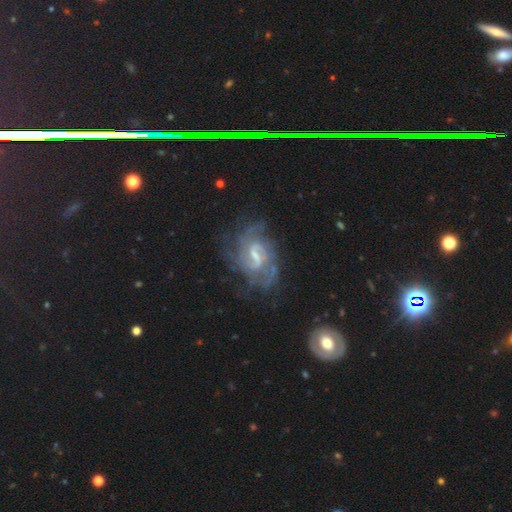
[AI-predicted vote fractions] A featured or disk galaxy (86%) with a weak bar (57%), 2 (36%) medium (44%) spiral arms (93%) and a small central bulge (42%).

Vote fractions:
- Smooth or featured? featured or disk: 86% / smooth: 7% / star or artifact: 7%
- Edge-on disk? no: 97% / yes: 3%
- Bar? weak: 57% / strong: 30% / no: 13%
- Spiral arms? yes: 93% / no: 7%
- Spiral winding? medium: 44% / tight: 40% / loose: 16%
- Spiral arm count? 2: 36% / can't tell: 33% / 3: 15% / 4: 8% / 1: 5% / more than 4: 5%
- Bulge size? small: 42% / moderate: 38% / none: 16% / large: 4% / dominant: 1%
- Merging? none: 63% / minor disturbance: 19% / major disturbance: 15% / merger: 3%